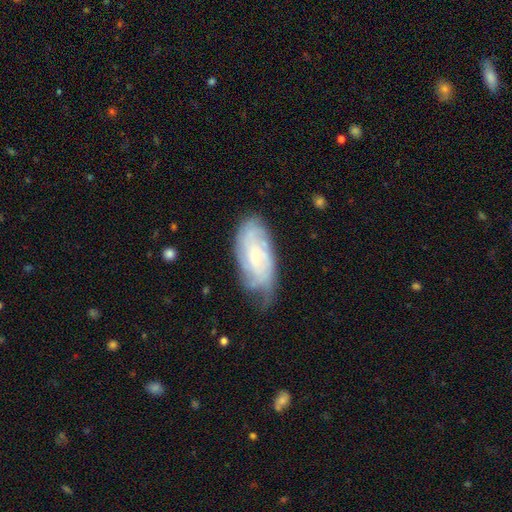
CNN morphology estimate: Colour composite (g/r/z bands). It shows a featured or disk galaxy (68%) with no bar (64%), tight (62%) spiral arms (90%) and a small central bulge (64%). Merging: none (59%).